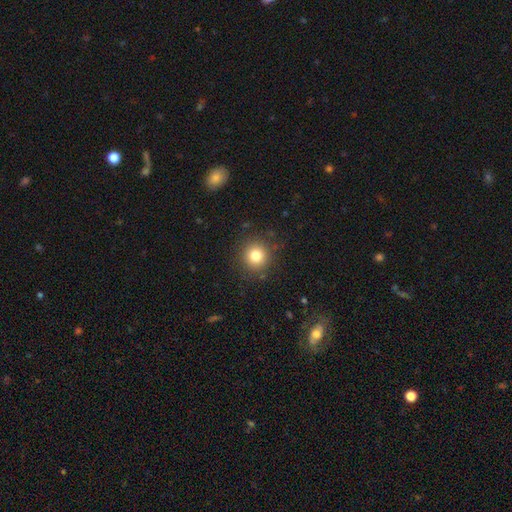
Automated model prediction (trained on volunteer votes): The model was most divided on "smooth or featured": smooth: 81%, star or artifact: 12%, featured or disk: 7%. More confident: how rounded — round (93%); merging — none (88%).